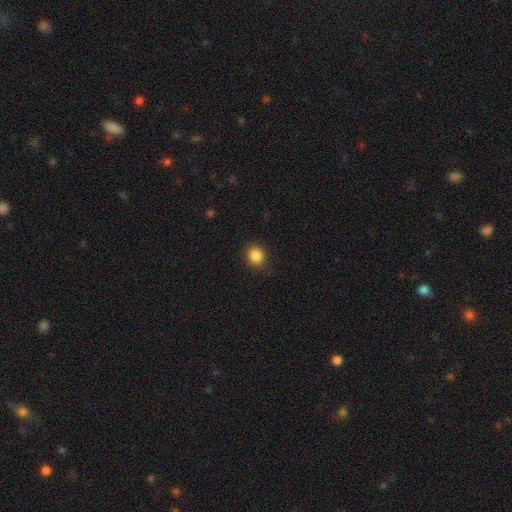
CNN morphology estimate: A smooth galaxy with no disk features (86%) that is round (74%).

Vote fractions:
- Smooth or featured? smooth: 86% / star or artifact: 10% / featured or disk: 4%
- How rounded? round: 74% / in between: 25% / cigar-shaped: 1%
- Merging? none: 87% / minor disturbance: 9% / major disturbance: 3% / merger: 1%